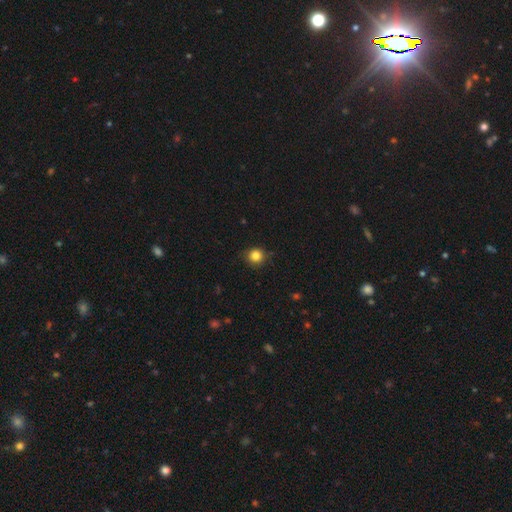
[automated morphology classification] Smooth or featured: smooth — 84% (star or artifact — 12%)
How rounded: round — 91% (in between — 8%)
Merging: none — 84% (minor disturbance — 12%)